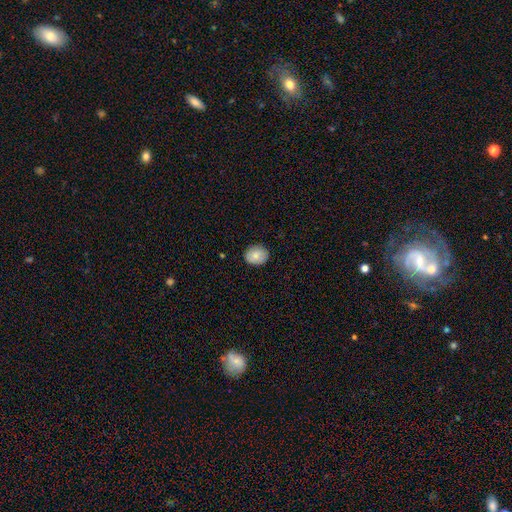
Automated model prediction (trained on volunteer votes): A smooth galaxy with no disk features (79%) that is round (59%). Merging: none (87%).